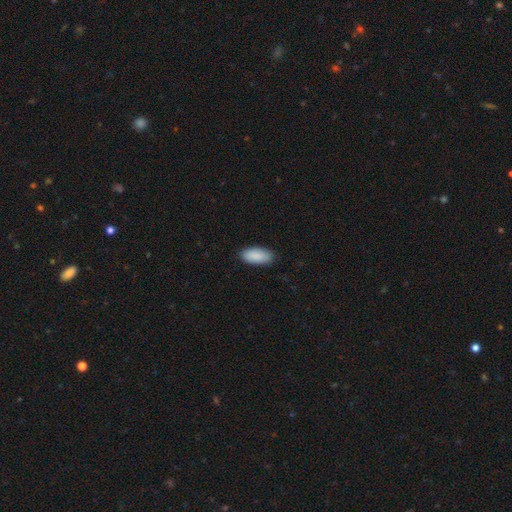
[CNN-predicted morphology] type=smooth (91%); roundness=in between (90%); merging=none (86%).